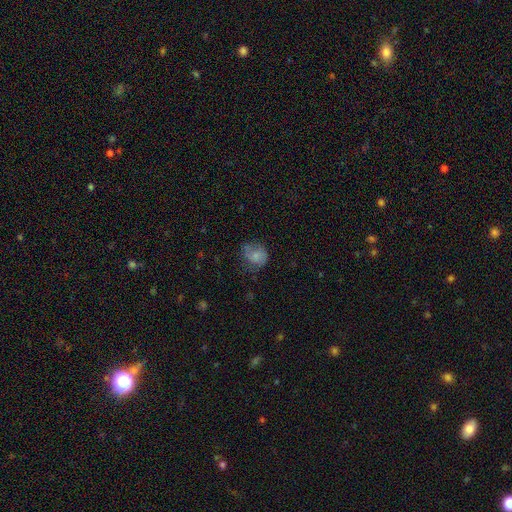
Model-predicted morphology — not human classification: Q: Smooth or featured?
A: smooth (67%); runner-up: featured or disk (24%)
Q: How rounded?
A: round (66%); runner-up: in between (33%)
Q: Merging?
A: none (53%); runner-up: minor disturbance (30%)